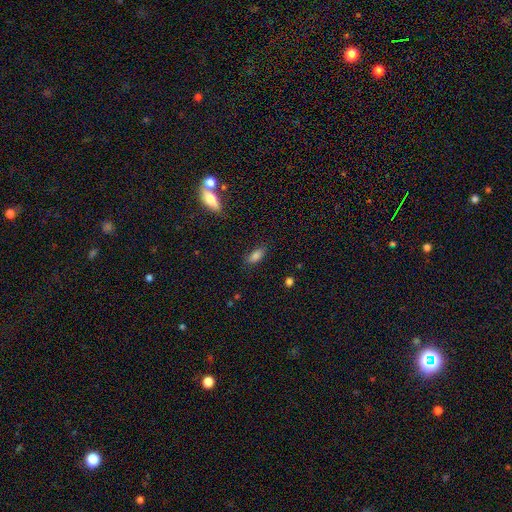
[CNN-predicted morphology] Smooth or featured? smooth (83%)
How rounded? in between (86%)
Merging? none (81%)